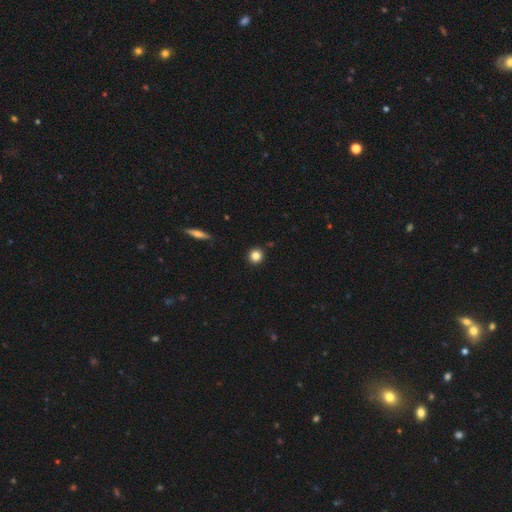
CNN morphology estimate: smooth_or_featured: smooth (p=0.83) [alt: star or artifact p=0.11]
how_rounded: round (p=0.93) [alt: in between p=0.06]
merging: none (p=0.92) [alt: minor disturbance p=0.05]